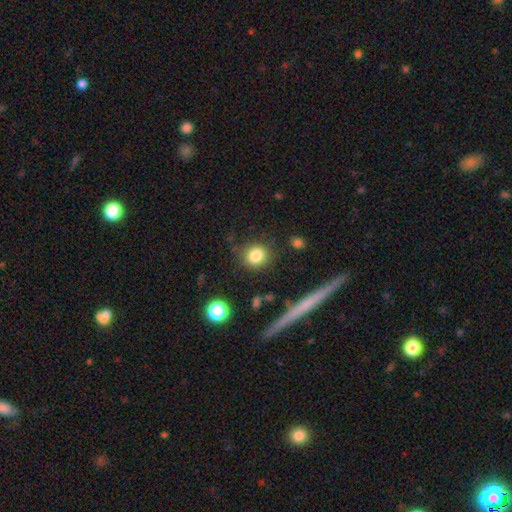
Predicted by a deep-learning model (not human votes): smooth_or_featured: smooth (p=0.83) [alt: star or artifact p=0.10]
how_rounded: round (p=0.85) [alt: in between p=0.14]
merging: none (p=0.82) [alt: minor disturbance p=0.11]